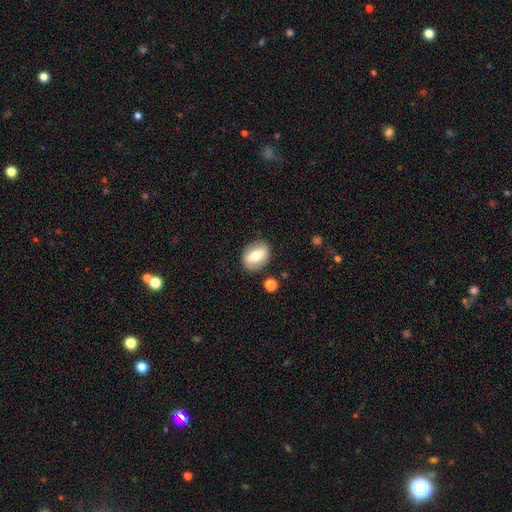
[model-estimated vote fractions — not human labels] Q: Smooth or featured?
A: smooth (57%); runner-up: featured or disk (35%)
Q: How rounded?
A: in between (67%); runner-up: round (31%)
Q: Merging?
A: none (80%); runner-up: minor disturbance (13%)